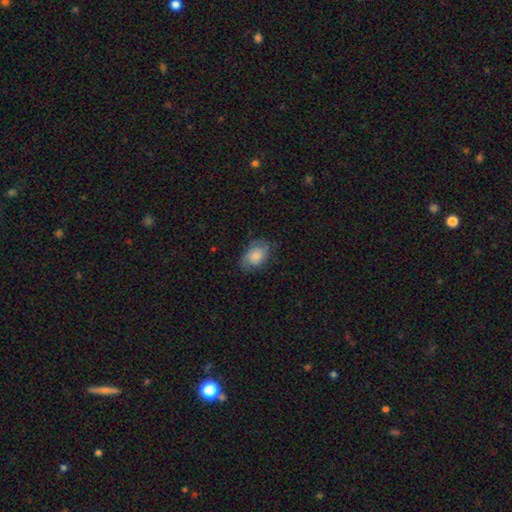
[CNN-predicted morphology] Smooth or featured: smooth — 66% (featured or disk — 26%)
How rounded: in between — 84% (round — 14%)
Merging: none — 66% (minor disturbance — 25%)